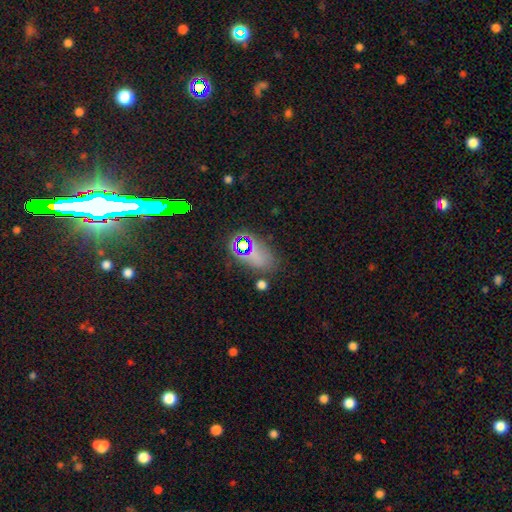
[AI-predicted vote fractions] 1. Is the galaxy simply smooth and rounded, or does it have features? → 50% smooth, 39% star or artifact, 12% featured or disk.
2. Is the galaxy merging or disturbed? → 63% none, 19% minor disturbance, 10% major disturbance, 8% merger.